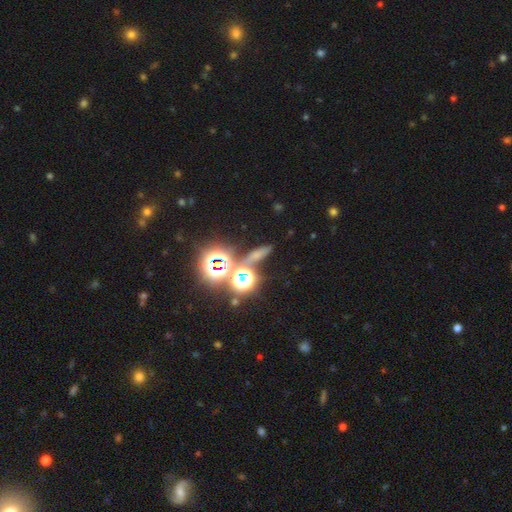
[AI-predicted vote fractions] A star or artifact, not a galaxy (47%).